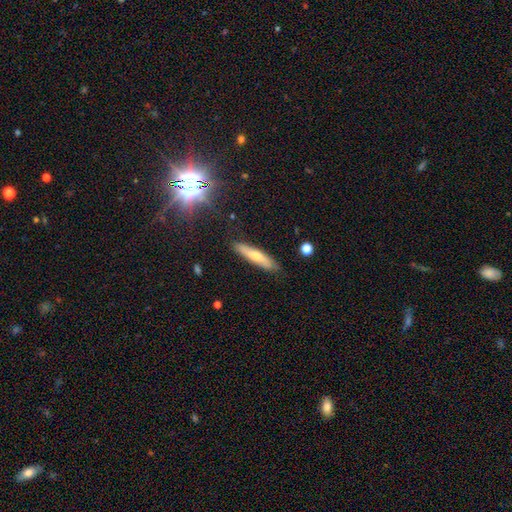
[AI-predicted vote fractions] smooth-or-featured: smooth: 59% | featured or disk: 34% | star or artifact: 7%
  how-rounded: cigar-shaped: 84% | in between: 14% | round: 2%
  merging: none: 86% | minor disturbance: 11% | major disturbance: 2% | merger: 1%